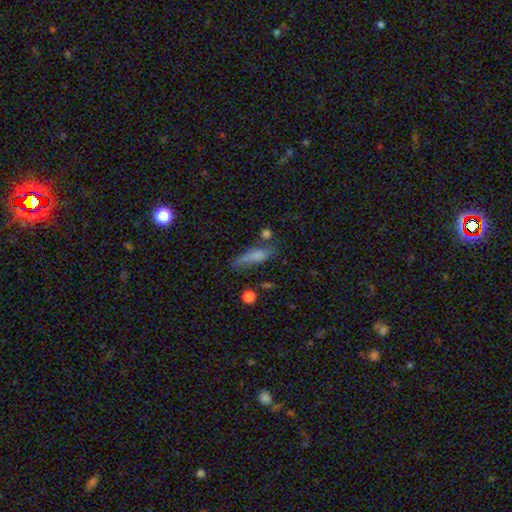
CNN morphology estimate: type=smooth (71%); roundness=cigar-shaped (59%); merging=none (47%).